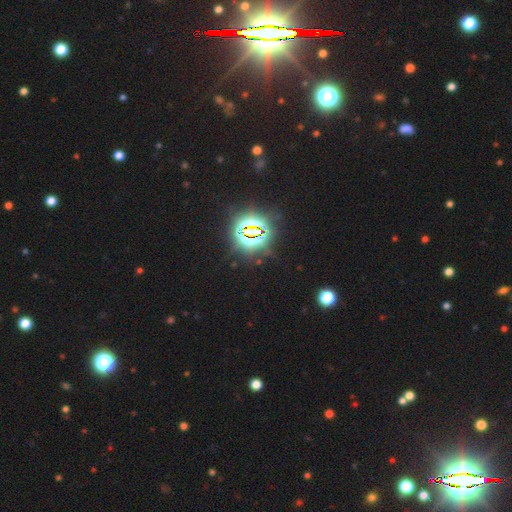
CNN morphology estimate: A star or artifact, not a galaxy (80%).